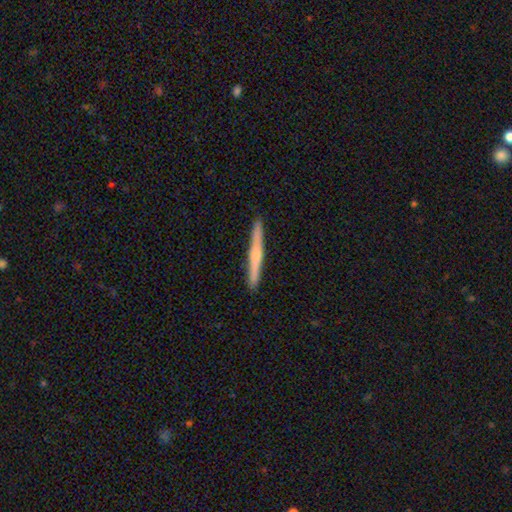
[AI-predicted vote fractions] Morphology: type=featured or disk (49%); merging=none (92%).